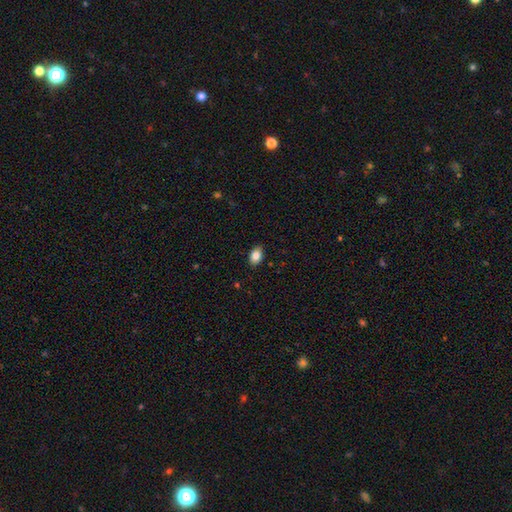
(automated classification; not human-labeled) This is clearly a smooth galaxy (86%). How rounded: clearly in between (83%). Merging: clearly none (87%).